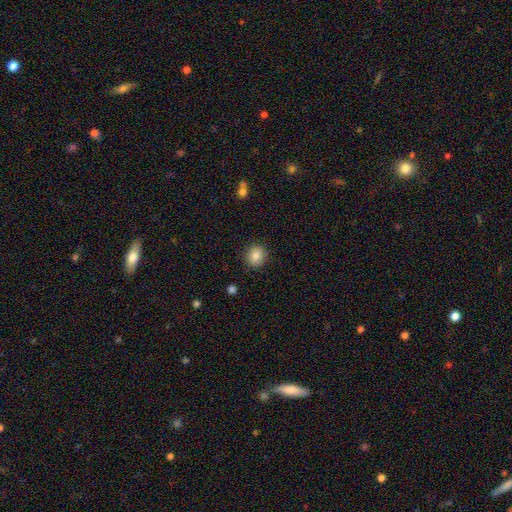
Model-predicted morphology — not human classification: Smooth or featured? Predicted: smooth (p=0.84). How rounded? Predicted: round (p=0.83). Merging? Predicted: none (p=0.90).